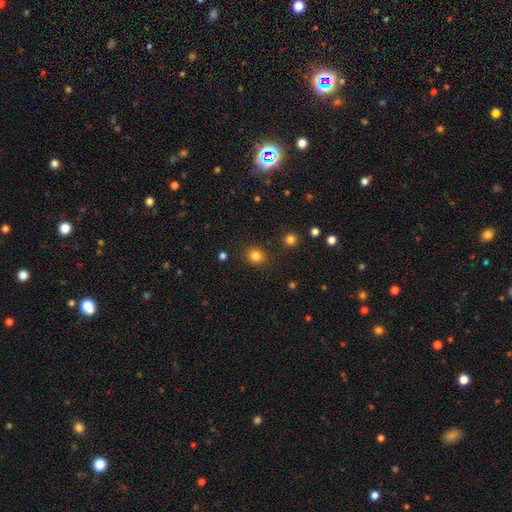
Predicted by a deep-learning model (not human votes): Smooth or featured? Predicted: smooth (p=0.83). How rounded? Predicted: round (p=0.79). Merging? Predicted: none (p=0.88).